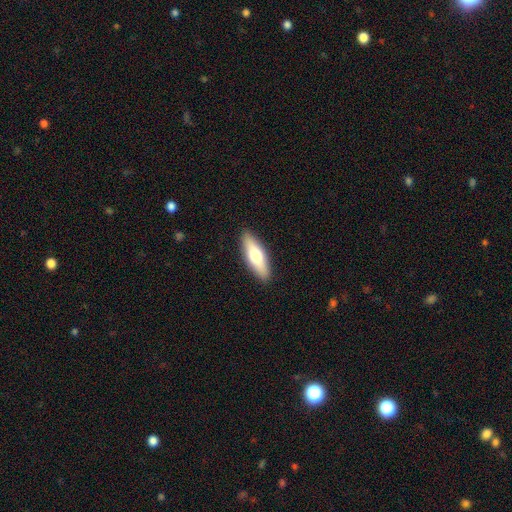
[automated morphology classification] A smooth galaxy with no disk features (62%) that is cigar-shaped (50%). Merging: none (89%).